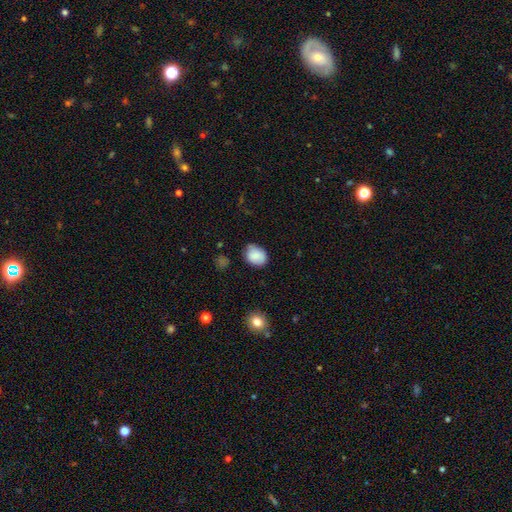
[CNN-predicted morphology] smooth-or-featured: smooth: 84% | featured or disk: 8% | star or artifact: 8%
  how-rounded: in between: 63% | round: 36% | cigar-shaped: 1%
  merging: none: 72% | minor disturbance: 23% | major disturbance: 4% | merger: 1%